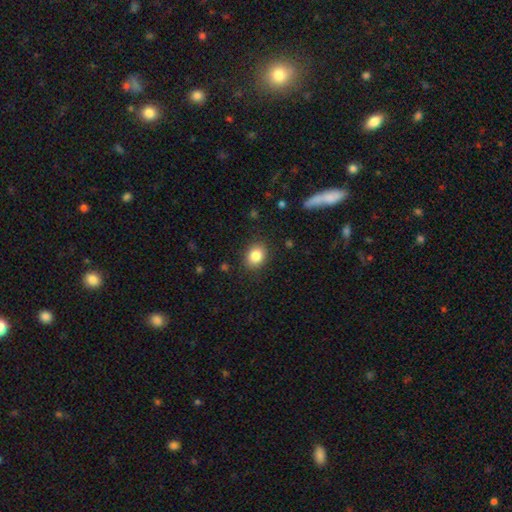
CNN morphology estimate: A smooth galaxy with no disk features (84%) that is in between round and cigar-shaped (54%). Merging: none (87%).